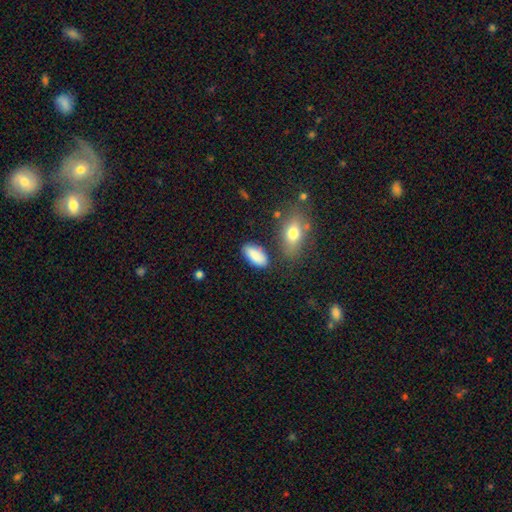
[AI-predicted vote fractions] Morphology: type=smooth (86%); roundness=in between (90%); merging=none (74%).